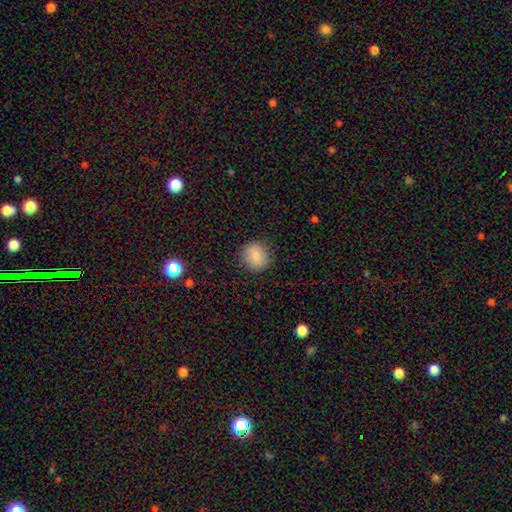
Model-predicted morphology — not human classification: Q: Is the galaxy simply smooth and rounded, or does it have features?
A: smooth — 85%.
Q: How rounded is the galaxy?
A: round — 82%.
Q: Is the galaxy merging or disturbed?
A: none — 85%.